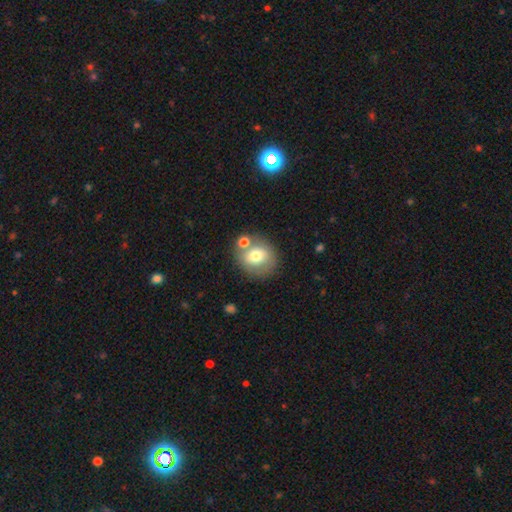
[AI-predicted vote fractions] smooth_or_featured: smooth (p=0.68) [alt: featured or disk p=0.23]
how_rounded: round (p=0.73) [alt: in between p=0.26]
merging: none (p=0.63) [alt: merger p=0.18]